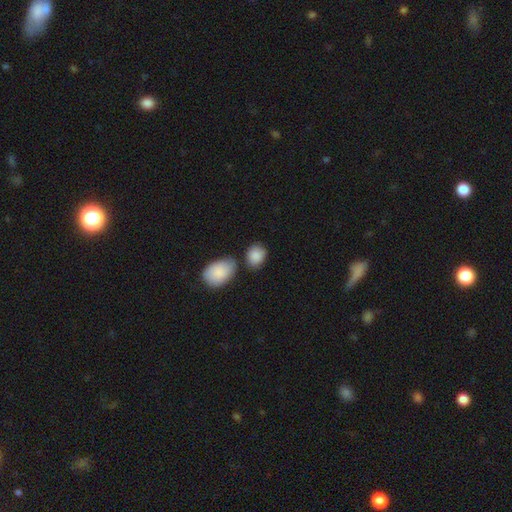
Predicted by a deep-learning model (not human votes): smooth_or_featured: smooth (p=0.87) [alt: star or artifact p=0.07]
how_rounded: in between (p=0.57) [alt: round p=0.41]
merging: none (p=0.60) [alt: minor disturbance p=0.19]